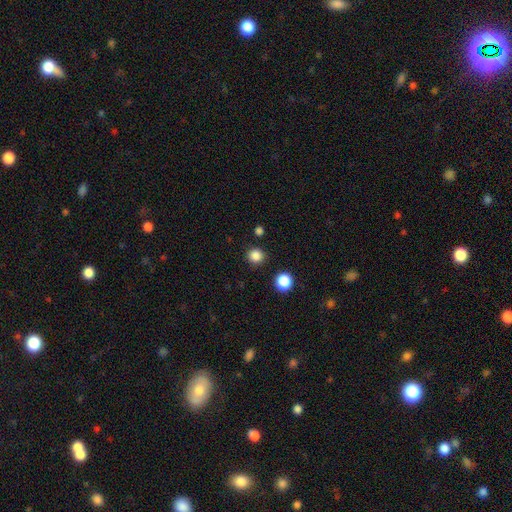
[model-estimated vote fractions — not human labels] Overall: smooth (85%). How rounded: round (93%). Merging: none (90%).